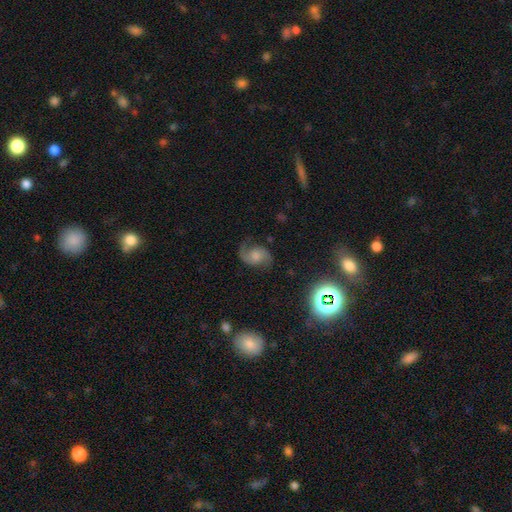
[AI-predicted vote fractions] featured or disk 76%, smooth 15%, star or artifact 9%. Down the decision tree: edge-on disk — no (98%); bar — no (62%); spiral arms — yes (96%); spiral arm count — 2 (89%); spiral winding — medium (45%); bulge size — moderate (37%); merging — none (72%).